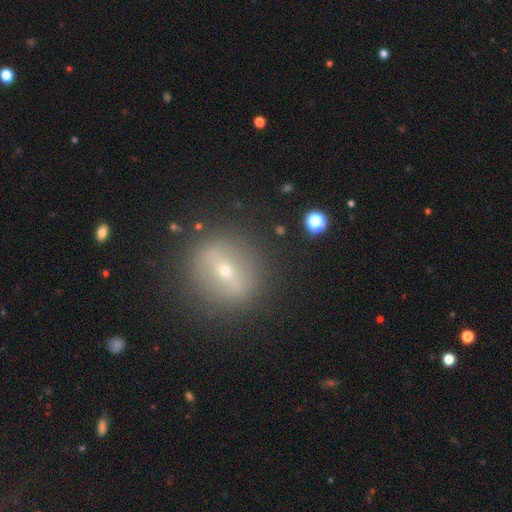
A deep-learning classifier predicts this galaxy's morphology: smooth_or_featured: featured or disk (p=0.49) [alt: smooth p=0.30]
merging: none (p=0.86) [alt: minor disturbance p=0.08]